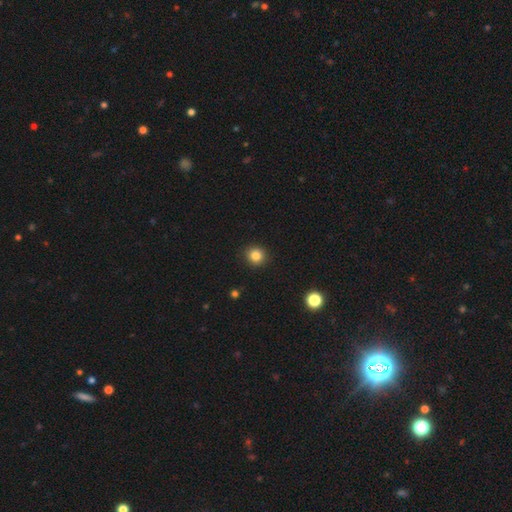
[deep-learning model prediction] A smooth galaxy with no disk features (84%) that is round (91%).

Vote fractions:
- Smooth or featured? smooth: 84% / star or artifact: 11% / featured or disk: 5%
- How rounded? round: 91% / in between: 8% / cigar-shaped: 1%
- Merging? none: 91% / minor disturbance: 6% / major disturbance: 2% / merger: 1%